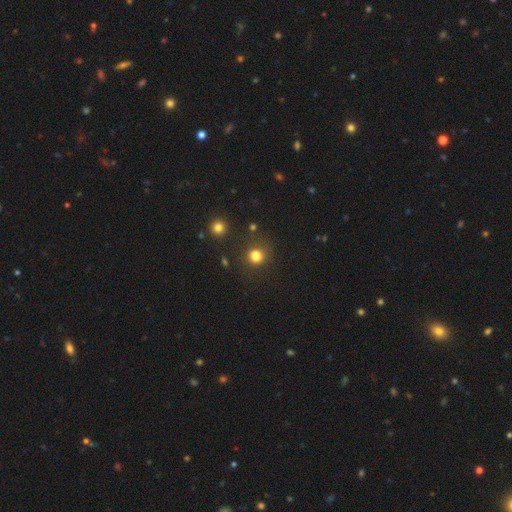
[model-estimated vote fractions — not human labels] A smooth galaxy with no disk features (80%) that is round (83%). Merging: none (75%).